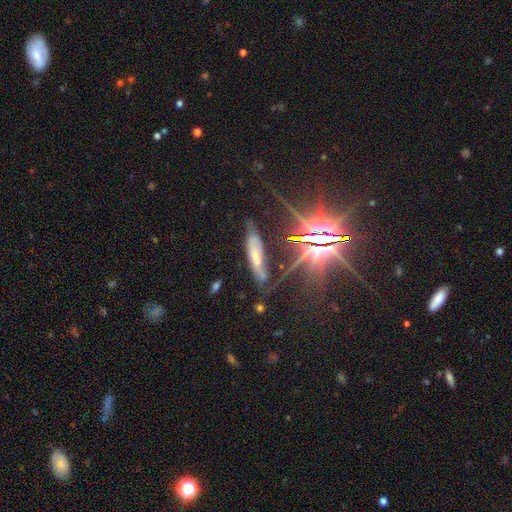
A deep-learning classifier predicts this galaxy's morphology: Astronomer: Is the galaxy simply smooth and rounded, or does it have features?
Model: featured or disk — 39% (runner-up: star or artifact, 34%).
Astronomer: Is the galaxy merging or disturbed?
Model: none — 65%.